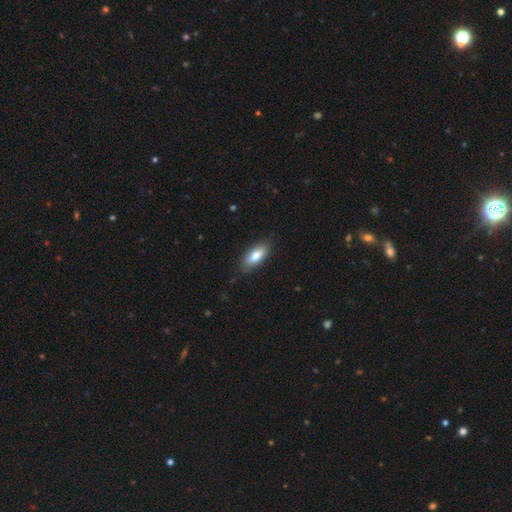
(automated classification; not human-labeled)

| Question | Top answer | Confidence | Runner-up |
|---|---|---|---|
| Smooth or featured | smooth | 79% | featured or disk (15%) |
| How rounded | in between | 82% | cigar-shaped (16%) |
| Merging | none | 84% | minor disturbance (12%) |